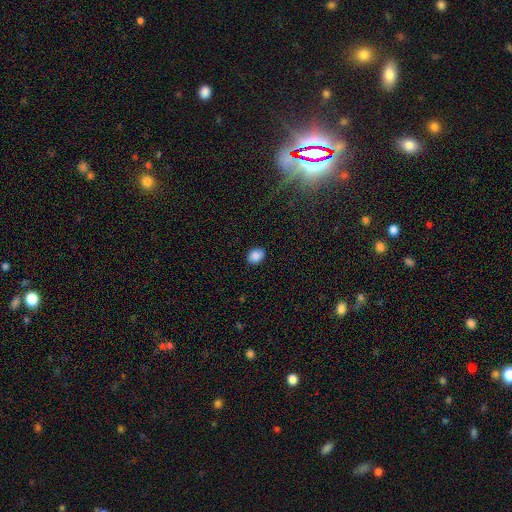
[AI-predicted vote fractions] smooth 88%, star or artifact 8%, featured or disk 4%. Down the decision tree: how rounded — in between (67%); merging — none (88%).